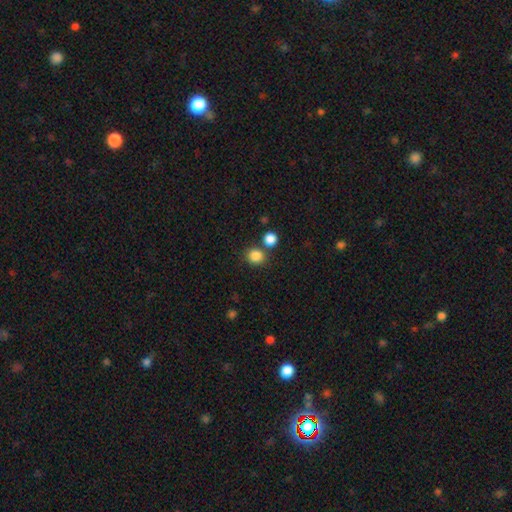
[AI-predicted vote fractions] A smooth galaxy with no disk features (85%) that is round (85%). Merging: none (72%).